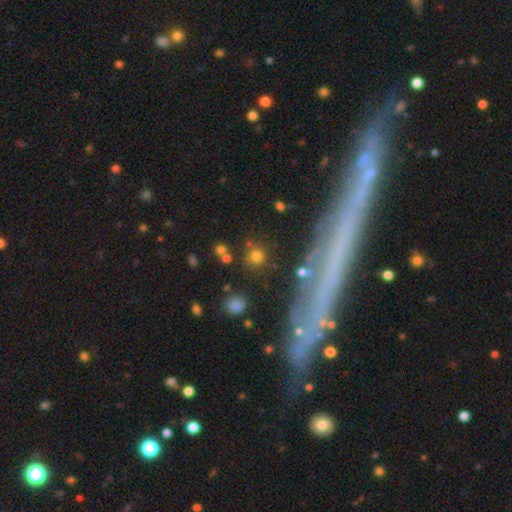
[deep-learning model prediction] Smooth or featured? smooth (72%)
How rounded? round (91%)
Merging? none (81%)